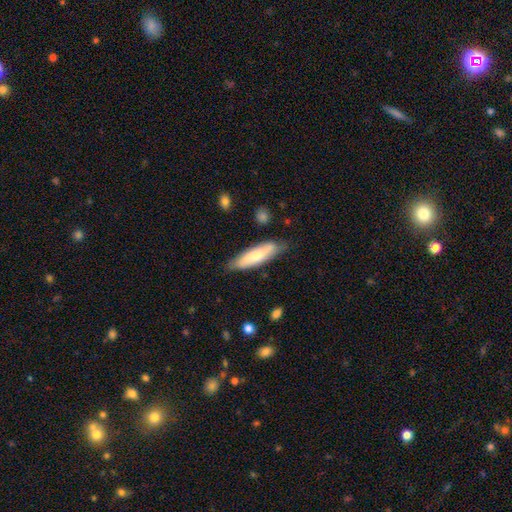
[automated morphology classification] type=smooth (69%); roundness=cigar-shaped (65%); merging=none (77%).